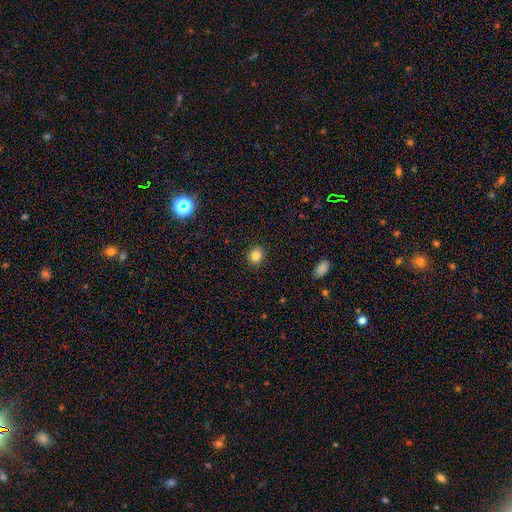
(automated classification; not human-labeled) The model was most divided on "how rounded": round: 72%, in between: 27%, cigar-shaped: 1%. More confident: merging — none (90%); smooth or featured — smooth (84%).